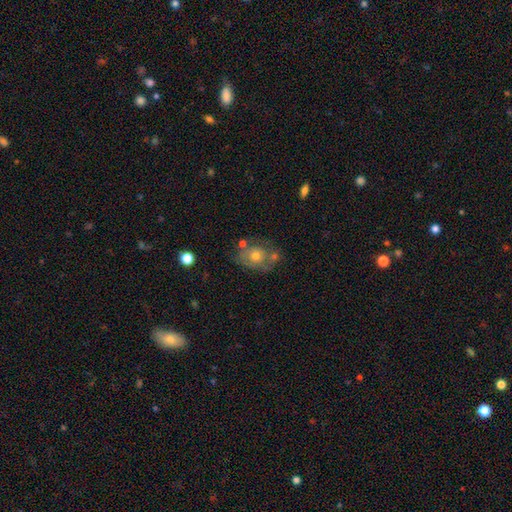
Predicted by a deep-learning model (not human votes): smooth 51%, featured or disk 38%, star or artifact 10%. Down the decision tree: how rounded — round (50%); merging — none (50%).